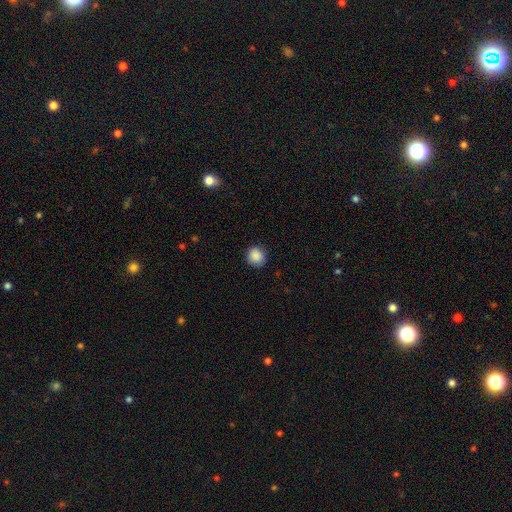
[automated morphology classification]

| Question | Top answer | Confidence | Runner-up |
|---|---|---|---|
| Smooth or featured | smooth | 89% | star or artifact (9%) |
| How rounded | round | 90% | in between (9%) |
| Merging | none | 88% | minor disturbance (9%) |